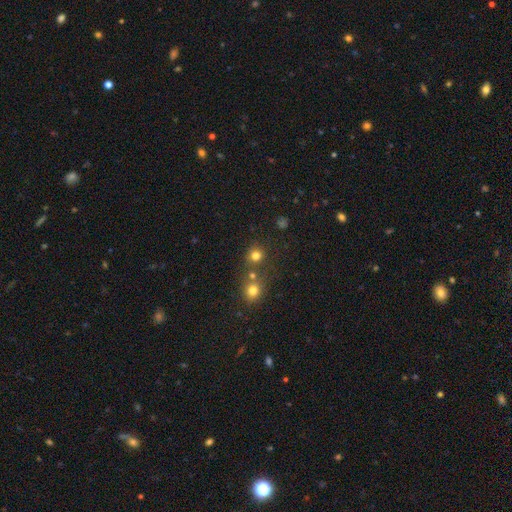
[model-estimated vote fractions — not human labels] smooth 76%, star or artifact 17%, featured or disk 7%. Down the decision tree: how rounded — round (89%); merging — none (66%).